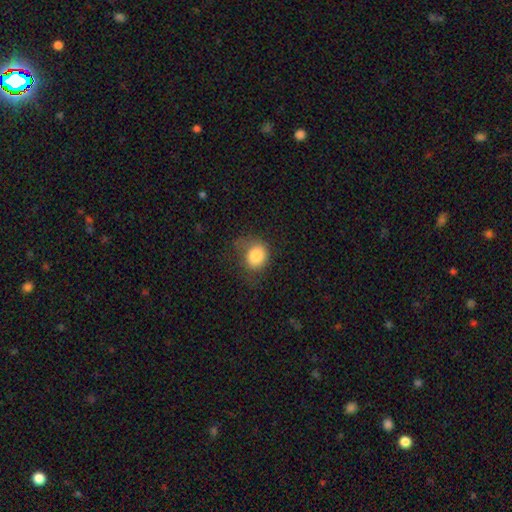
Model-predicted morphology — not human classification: Q: Smooth or featured?
A: smooth (83%); runner-up: star or artifact (9%)
Q: How rounded?
A: round (62%); runner-up: in between (37%)
Q: Merging?
A: none (52%); runner-up: minor disturbance (29%)